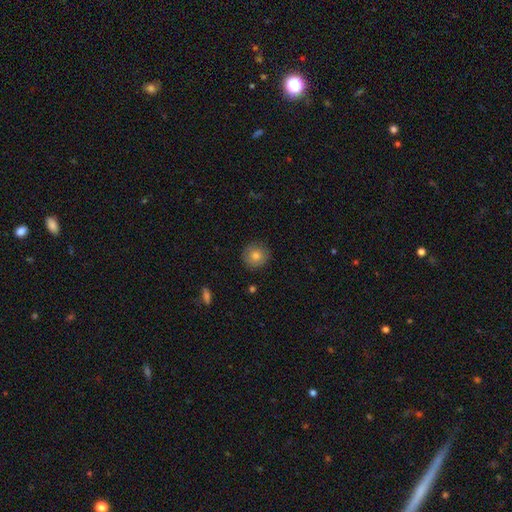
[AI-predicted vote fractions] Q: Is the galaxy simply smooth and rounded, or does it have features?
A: smooth — 78%.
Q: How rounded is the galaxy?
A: round — 93%.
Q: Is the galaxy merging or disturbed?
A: none — 87%.